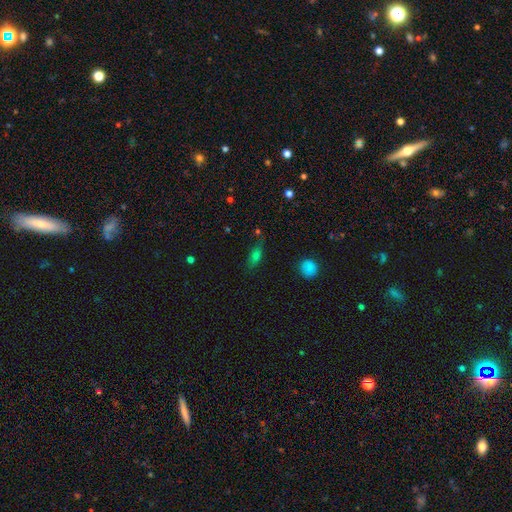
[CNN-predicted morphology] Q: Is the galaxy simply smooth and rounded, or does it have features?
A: smooth — 69%.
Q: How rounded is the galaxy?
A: in between — 70%.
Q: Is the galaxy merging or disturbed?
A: none — 72%.